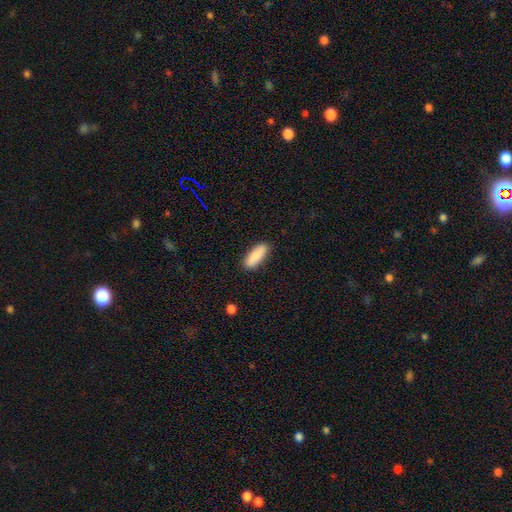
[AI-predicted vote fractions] This is clearly a smooth galaxy (87%). How rounded: likely in between (64%). Merging: clearly none (88%).